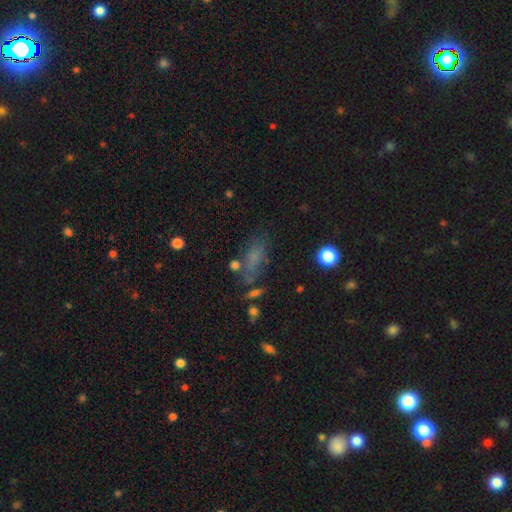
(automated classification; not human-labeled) A smooth galaxy with no disk features (59%) that is in between round and cigar-shaped (72%).

Vote fractions:
- Smooth or featured? smooth: 59% / featured or disk: 21% / star or artifact: 20%
- How rounded? in between: 72% / cigar-shaped: 20% / round: 8%
- Merging? none: 57% / minor disturbance: 21% / major disturbance: 13% / merger: 9%